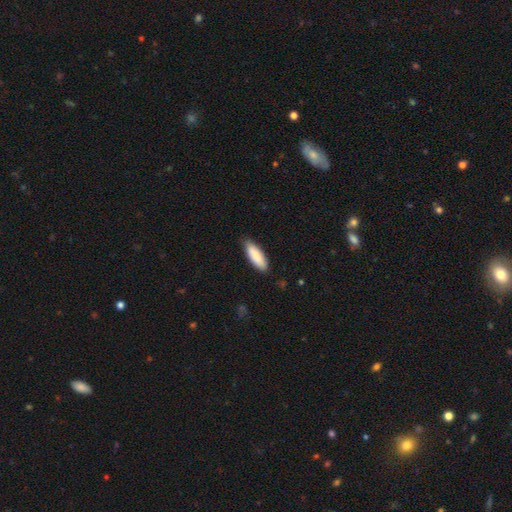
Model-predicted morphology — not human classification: type=smooth (89%); roundness=in between (63%); merging=none (83%).